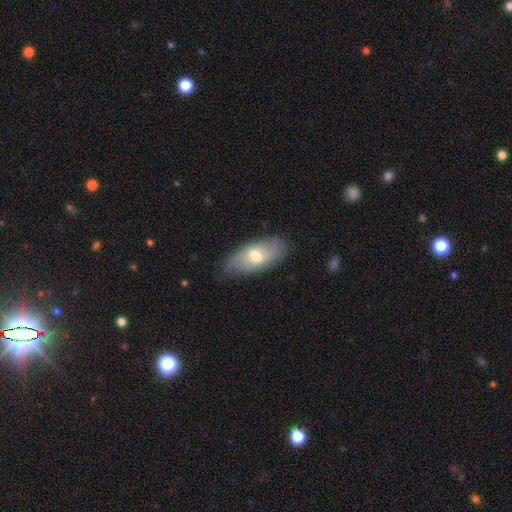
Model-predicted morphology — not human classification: The model was most divided on "smooth or featured": smooth: 57%, featured or disk: 37%, star or artifact: 7%. More confident: how rounded — in between (90%); merging — none (70%).